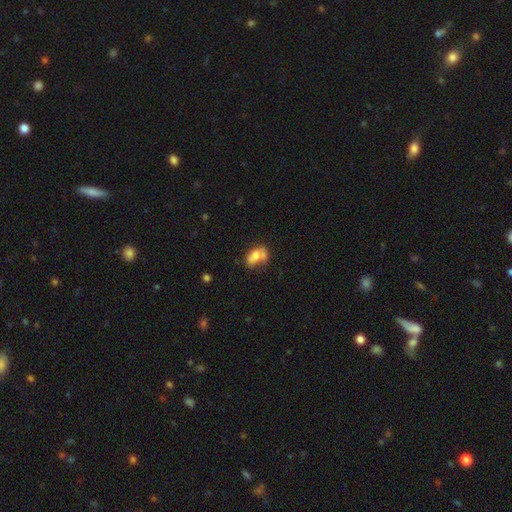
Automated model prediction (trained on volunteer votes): Overall: smooth (68%). How rounded: in between (83%). Merging: none (34%; merger 32%).